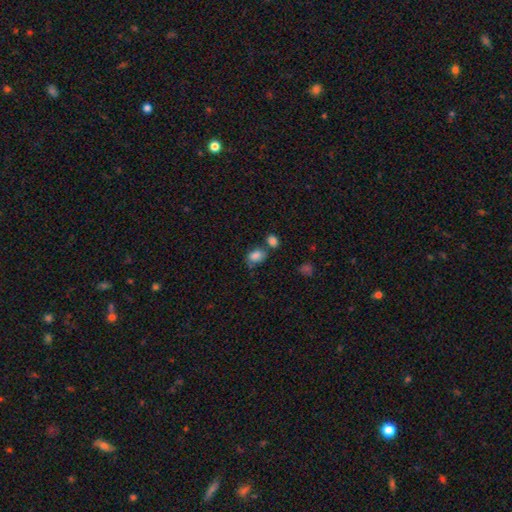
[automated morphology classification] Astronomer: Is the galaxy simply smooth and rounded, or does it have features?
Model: smooth — 83%.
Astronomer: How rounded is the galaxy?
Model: in between — 78%.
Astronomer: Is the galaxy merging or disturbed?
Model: none — 50%.